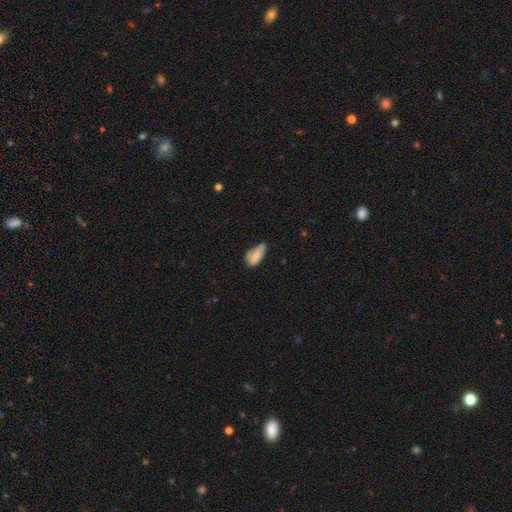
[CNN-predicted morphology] Smooth or featured? Predicted: smooth (p=0.80). How rounded? Predicted: in between (p=0.89). Merging? Predicted: minor disturbance (p=0.44).